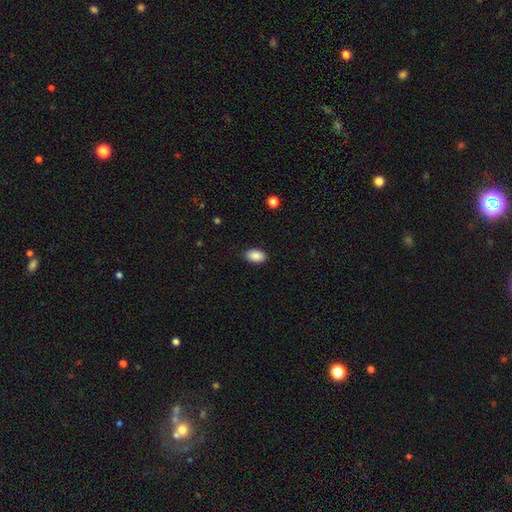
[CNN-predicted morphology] Q: Smooth or featured?
A: smooth (90%); runner-up: star or artifact (7%)
Q: How rounded?
A: in between (91%); runner-up: round (7%)
Q: Merging?
A: none (88%); runner-up: minor disturbance (9%)